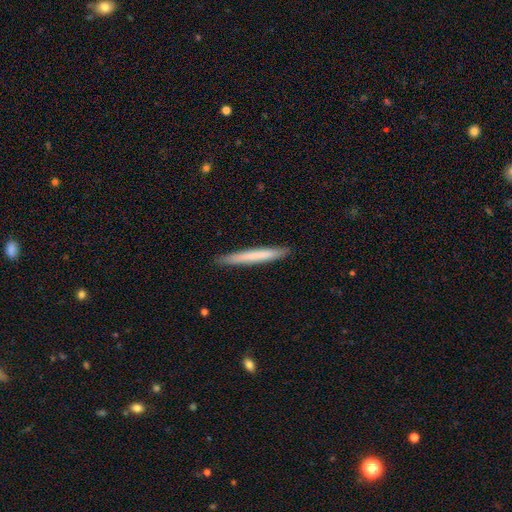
This appears to be a smooth galaxy with no disk features (87%) that is cigar-shaped (97%). Merging: none (95%).